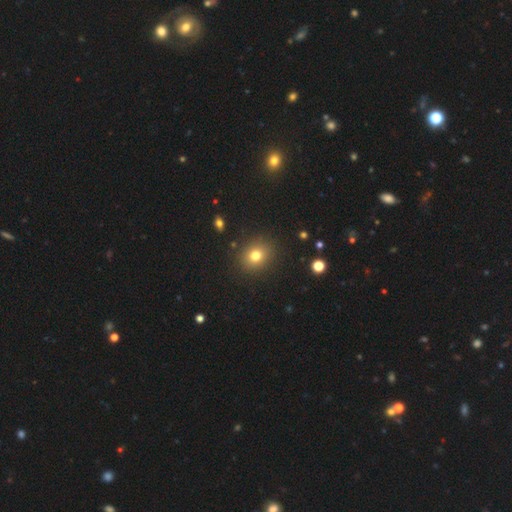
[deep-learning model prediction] smooth 77%, star or artifact 14%, featured or disk 9%. Down the decision tree: how rounded — round (69%); merging — none (88%).